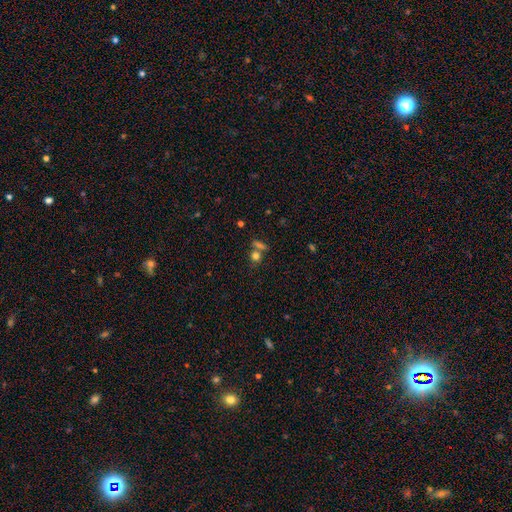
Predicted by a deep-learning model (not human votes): Morphology: type=smooth (72%); roundness=round (69%); merging=none (55%).